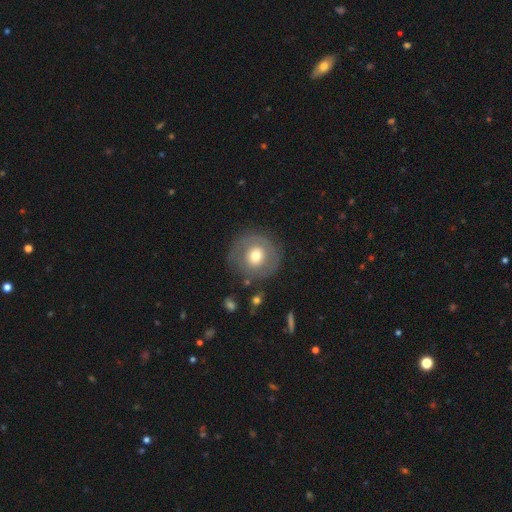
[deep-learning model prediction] Smooth or featured: smooth — 57% (featured or disk — 35%)
How rounded: round — 93% (in between — 6%)
Merging: none — 78% (minor disturbance — 13%)